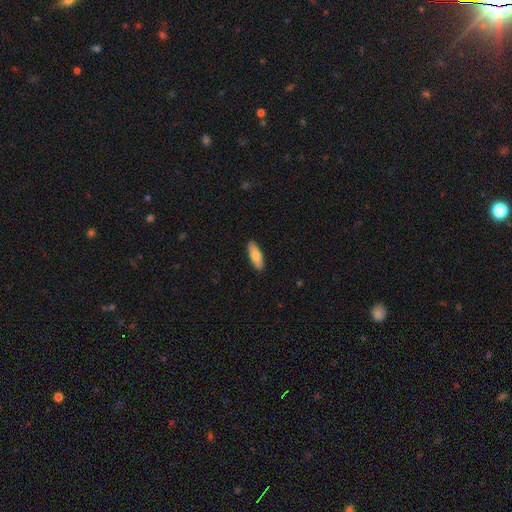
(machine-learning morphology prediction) Overall: smooth (78%). How rounded: in between (63%; cigar-shaped 35%). Merging: none (90%).